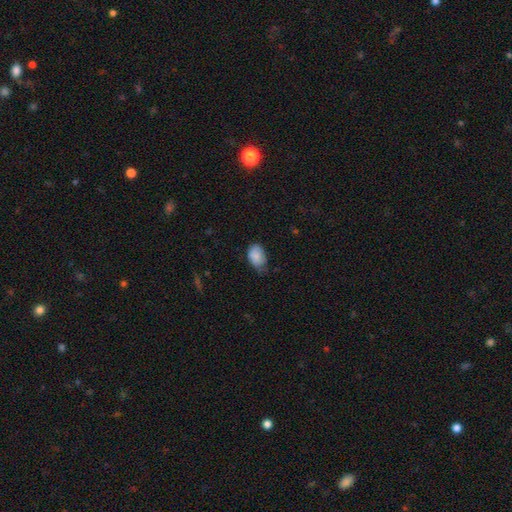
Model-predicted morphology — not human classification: A smooth galaxy with no disk features (85%) that is in between round and cigar-shaped (86%). Merging: none (48%).